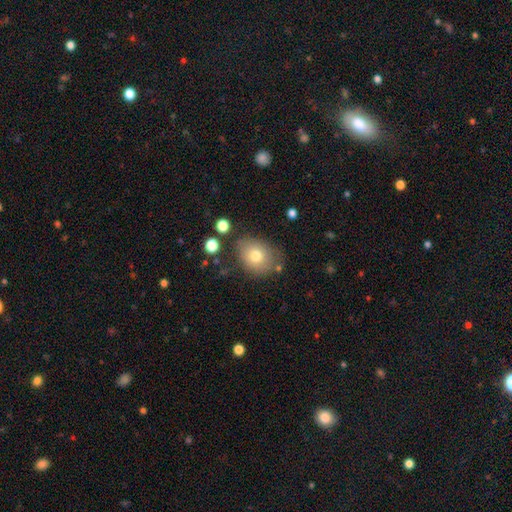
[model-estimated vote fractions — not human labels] The model was most divided on "how rounded": in between: 52%, round: 47%, cigar-shaped: 1%. More confident: smooth or featured — smooth (75%); merging — none (69%).